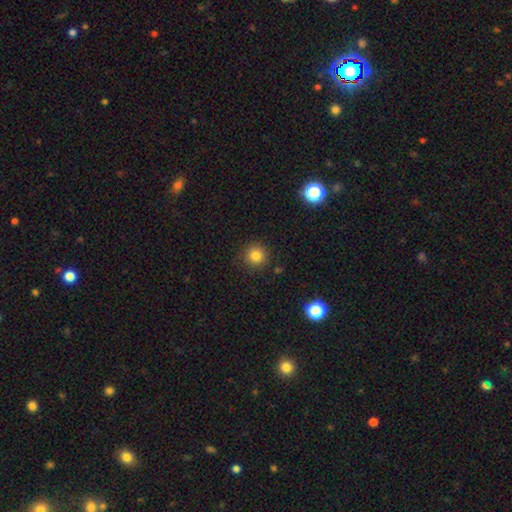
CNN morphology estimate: Q: Smooth or featured?
A: smooth (82%); runner-up: star or artifact (12%)
Q: How rounded?
A: round (94%); runner-up: in between (5%)
Q: Merging?
A: none (90%); runner-up: minor disturbance (7%)